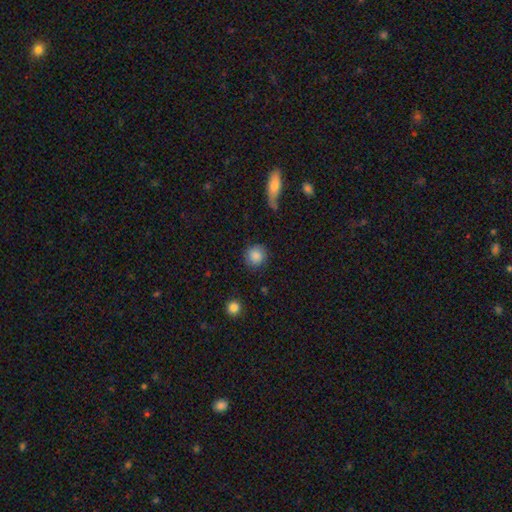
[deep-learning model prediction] smooth 85%, star or artifact 8%, featured or disk 7%. Down the decision tree: how rounded — round (91%); merging — none (84%).